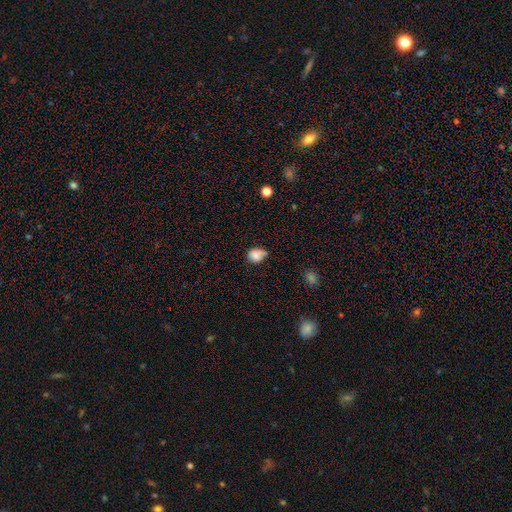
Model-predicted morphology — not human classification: Q: Smooth or featured?
A: smooth (81%); runner-up: featured or disk (10%)
Q: How rounded?
A: in between (52%); runner-up: round (47%)
Q: Merging?
A: none (45%); runner-up: minor disturbance (40%)